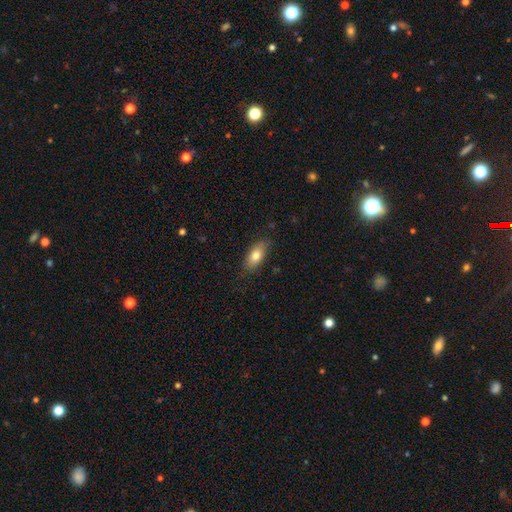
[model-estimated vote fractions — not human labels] Morphology: type=smooth (78%); roundness=in between (87%); merging=none (81%).